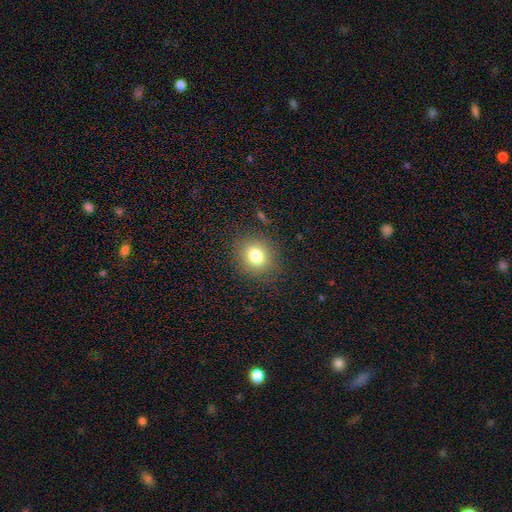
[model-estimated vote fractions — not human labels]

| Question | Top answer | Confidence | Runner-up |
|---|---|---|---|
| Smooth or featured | smooth | 78% | star or artifact (13%) |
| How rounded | round | 79% | in between (20%) |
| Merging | none | 86% | minor disturbance (9%) |